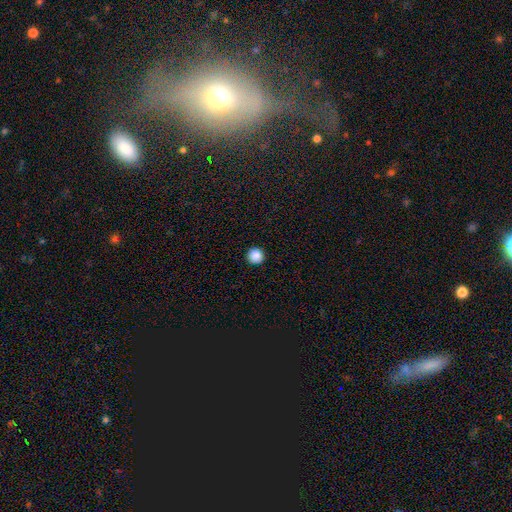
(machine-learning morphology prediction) Q: Smooth or featured?
A: smooth (88%); runner-up: star or artifact (10%)
Q: How rounded?
A: round (96%); runner-up: in between (3%)
Q: Merging?
A: none (94%); runner-up: minor disturbance (4%)